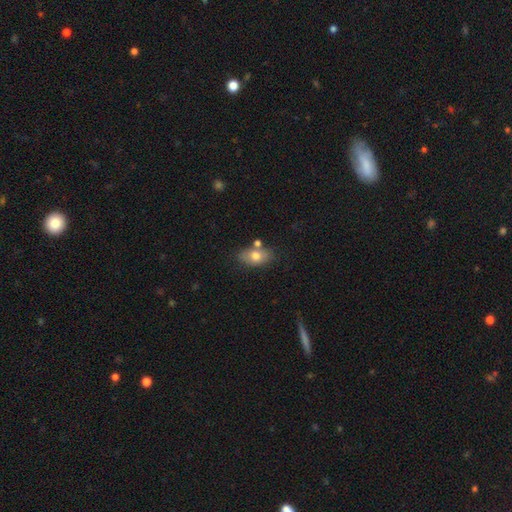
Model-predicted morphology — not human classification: Smooth or featured: smooth — 73% (featured or disk — 19%)
How rounded: in between — 85% (round — 12%)
Merging: none — 65% (minor disturbance — 16%)